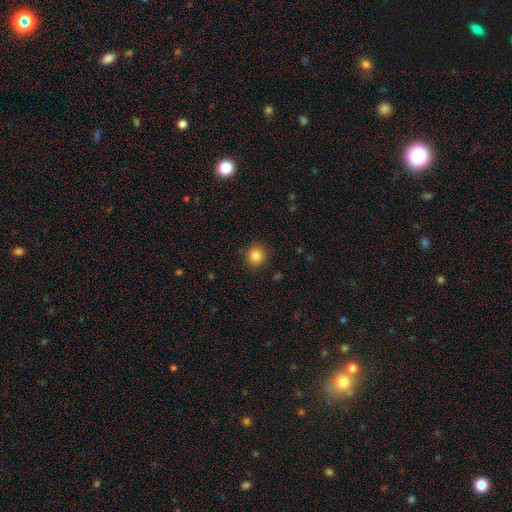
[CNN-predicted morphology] Smooth or featured? Predicted: smooth (p=0.85). How rounded? Predicted: round (p=0.88). Merging? Predicted: none (p=0.89).